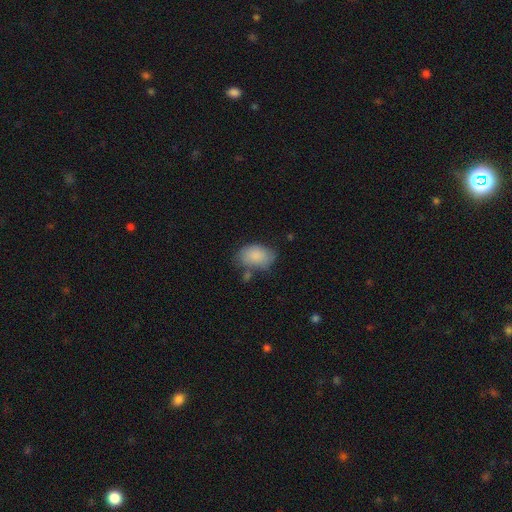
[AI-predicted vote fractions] A smooth galaxy with no disk features (86%) that is in between round and cigar-shaped (87%). Merging: none (57%).